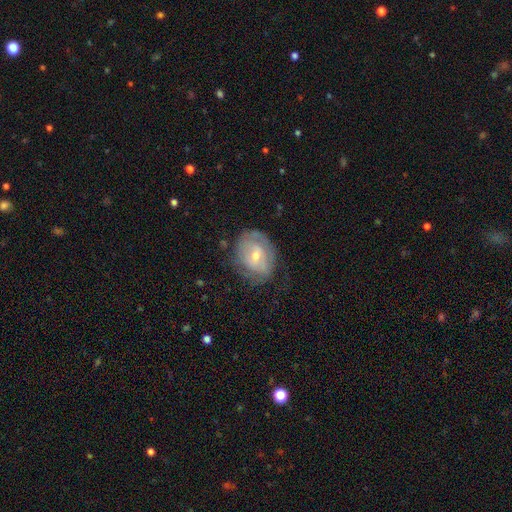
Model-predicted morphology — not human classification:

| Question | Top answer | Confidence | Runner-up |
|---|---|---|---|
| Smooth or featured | featured or disk | 62% | smooth (30%) |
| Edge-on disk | no | 96% | yes (4%) |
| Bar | no | 51% | weak (39%) |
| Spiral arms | yes | 64% | no (36%) |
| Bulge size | small | 50% | moderate (47%) |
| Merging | none | 64% | minor disturbance (23%) |